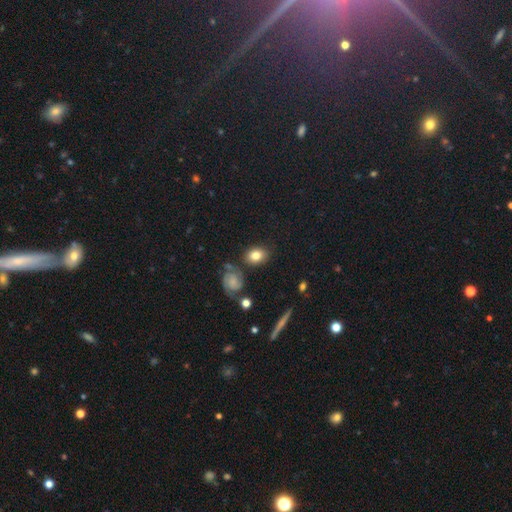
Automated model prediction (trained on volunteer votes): Overall: smooth (78%). How rounded: in between (60%; round 38%). Merging: none (76%).